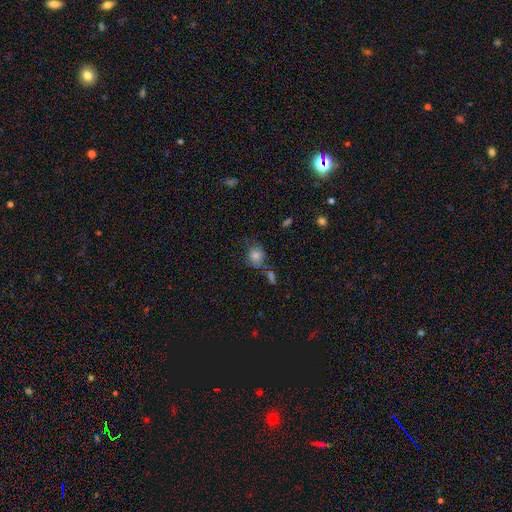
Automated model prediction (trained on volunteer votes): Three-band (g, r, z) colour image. It shows a smooth galaxy with no disk features (75%) that is round (64%). Merging: none (55%).